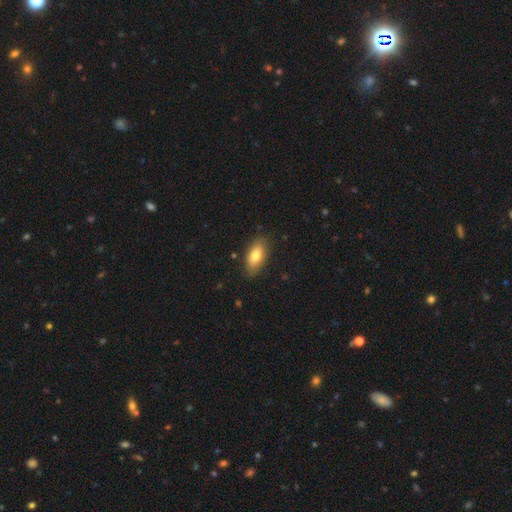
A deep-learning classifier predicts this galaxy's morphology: smooth 76%, featured or disk 17%, star or artifact 6%. Down the decision tree: how rounded — in between (88%); merging — none (82%).